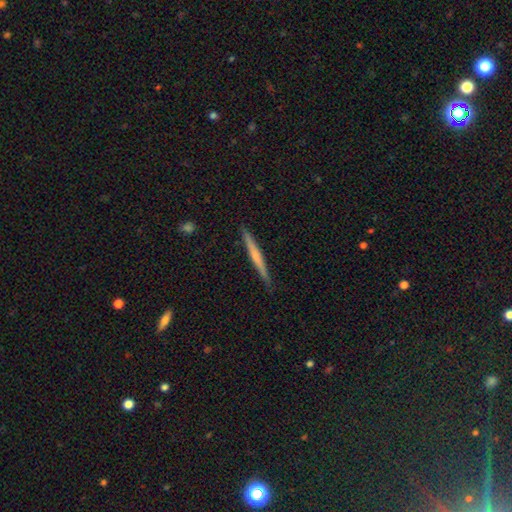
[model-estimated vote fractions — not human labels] featured or disk 51%, smooth 44%, star or artifact 5%. Down the decision tree: edge-on disk — yes (98%); merging — none (89%).